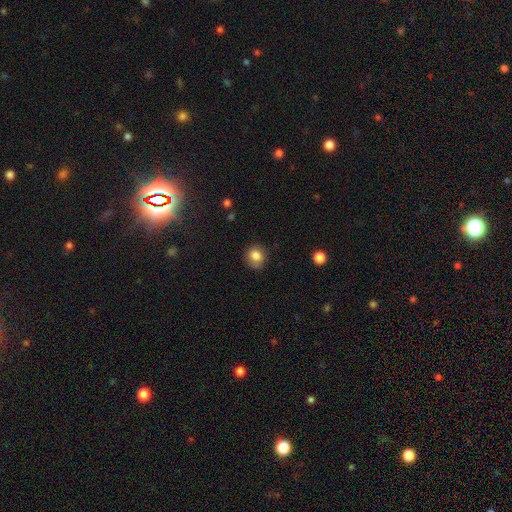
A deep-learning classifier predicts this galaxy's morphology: A smooth galaxy with no disk features (84%) that is round (80%). Merging: none (75%).